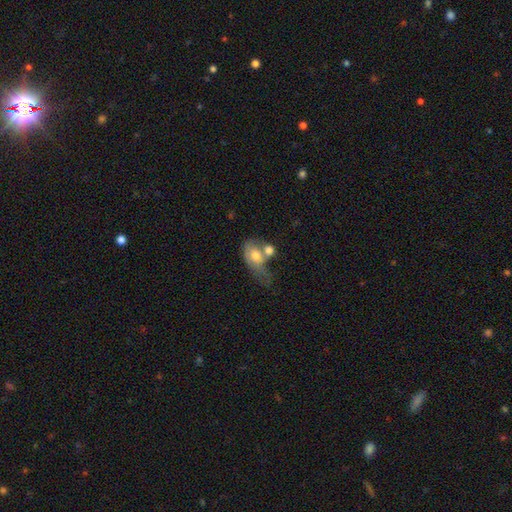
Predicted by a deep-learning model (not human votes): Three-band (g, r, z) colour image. It shows a smooth galaxy with no disk features (65%) that is in between round and cigar-shaped (77%). Merging: merger (56%).